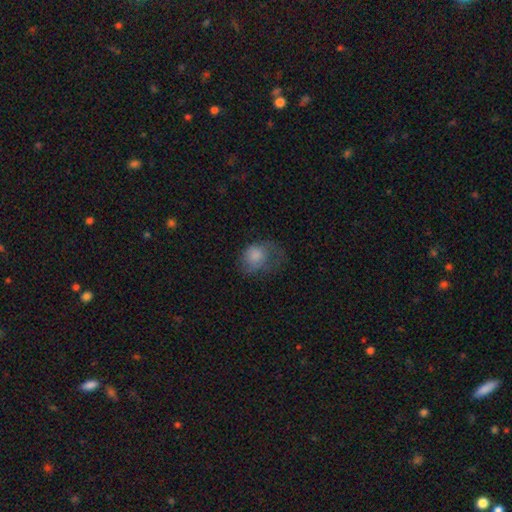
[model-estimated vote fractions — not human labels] Overall: smooth (72%). How rounded: in between (56%; round 43%). Merging: major disturbance (41%; none 29%).